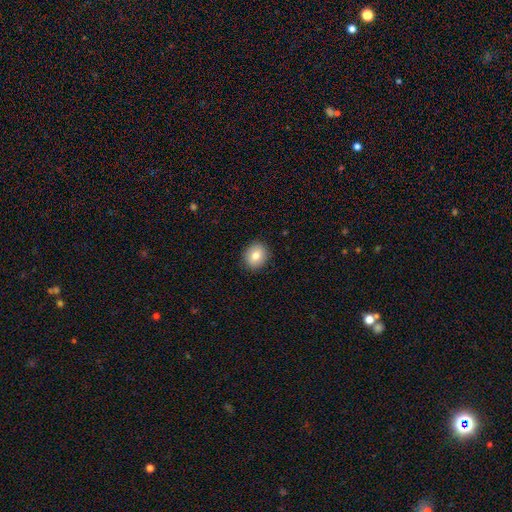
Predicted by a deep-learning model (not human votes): The model was most divided on "how rounded": round: 76%, in between: 24%, cigar-shaped: 1%. More confident: merging — none (90%); smooth or featured — smooth (81%).